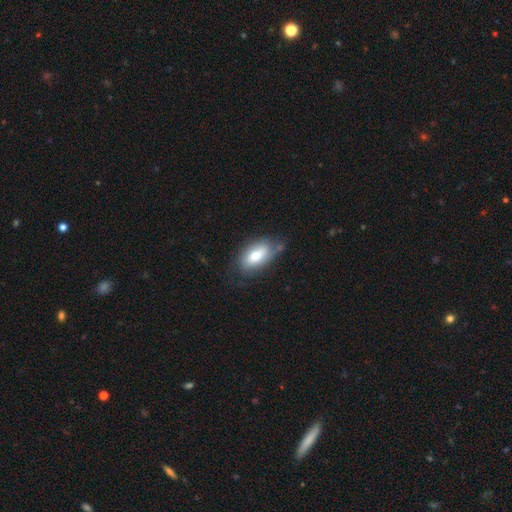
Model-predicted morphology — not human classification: The model was most divided on "merging": none: 60%, minor disturbance: 28%, major disturbance: 8%, merger: 4%. More confident: how rounded — in between (91%); smooth or featured — smooth (69%).